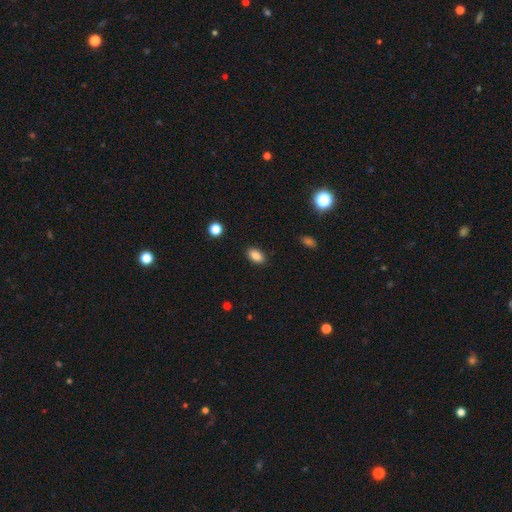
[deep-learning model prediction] Morphology: type=smooth (87%); roundness=in between (91%); merging=none (88%).